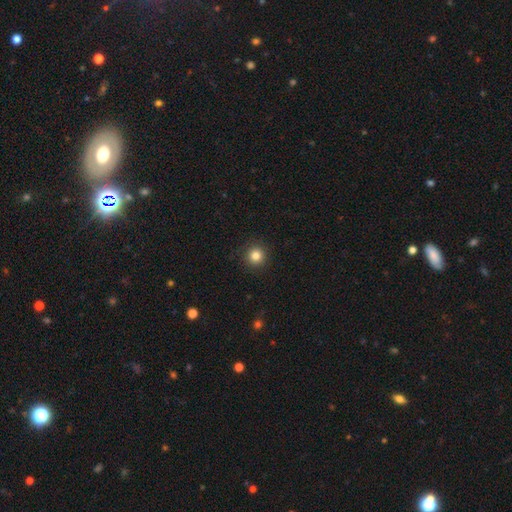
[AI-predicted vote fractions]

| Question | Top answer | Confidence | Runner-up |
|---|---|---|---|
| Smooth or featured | smooth | 83% | star or artifact (12%) |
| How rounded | round | 95% | in between (4%) |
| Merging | none | 92% | minor disturbance (5%) |